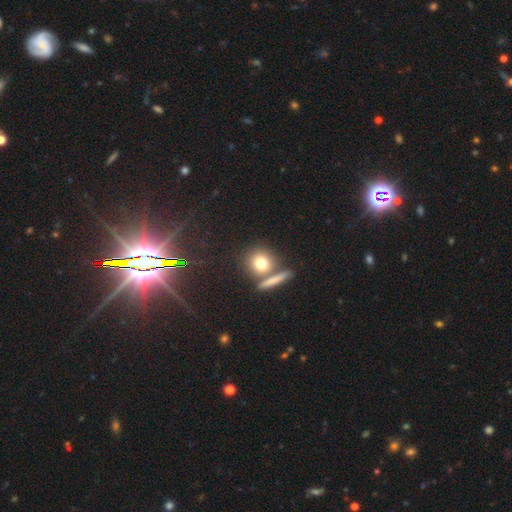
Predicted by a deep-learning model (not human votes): This is marginally a star or artifact rather than a galaxy (43%).